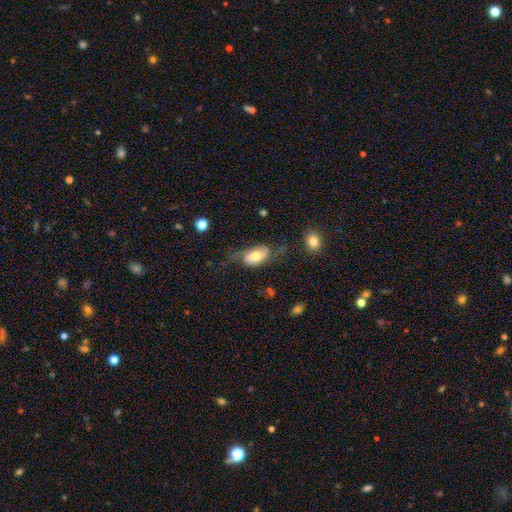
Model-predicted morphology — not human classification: smooth 53%, featured or disk 40%, star or artifact 7%. Down the decision tree: how rounded — in between (90%); merging — none (43%).